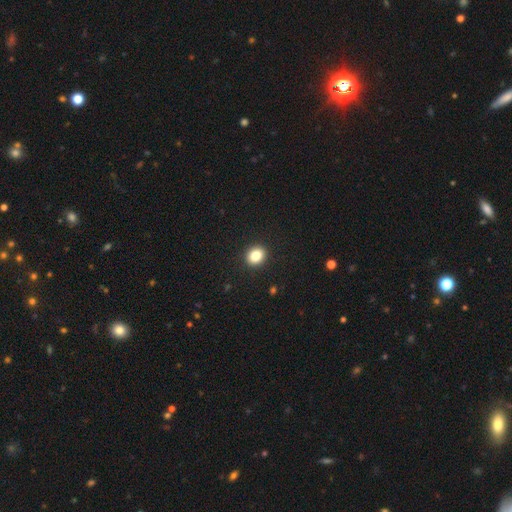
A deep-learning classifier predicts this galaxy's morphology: The model was most divided on "how rounded": round: 66%, in between: 33%, cigar-shaped: 1%. More confident: merging — none (92%); smooth or featured — smooth (85%).